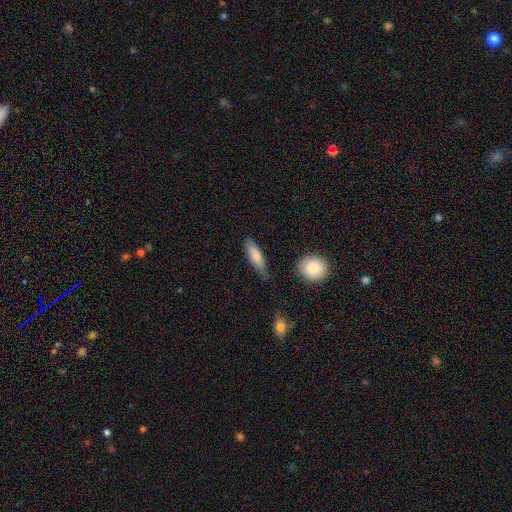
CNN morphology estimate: A smooth galaxy with no disk features (79%) that is cigar-shaped (54%).

Vote fractions:
- Smooth or featured? smooth: 79% / featured or disk: 15% / star or artifact: 6%
- How rounded? cigar-shaped: 54% / in between: 44% / round: 2%
- Merging? none: 65% / minor disturbance: 26% / major disturbance: 5% / merger: 4%